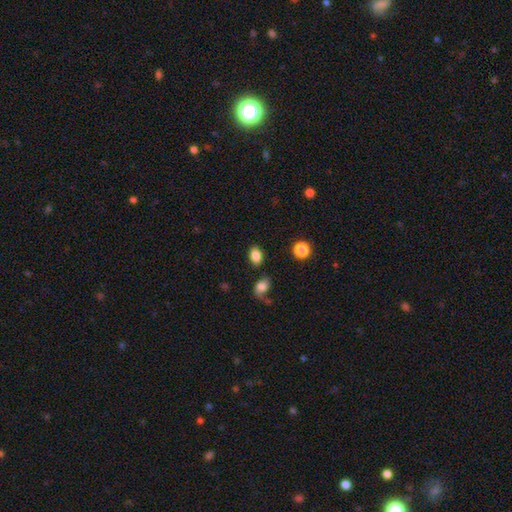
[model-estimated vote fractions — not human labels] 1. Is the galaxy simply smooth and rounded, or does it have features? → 85% smooth, 9% star or artifact, 5% featured or disk.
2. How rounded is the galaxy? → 79% in between, 20% round, 1% cigar-shaped.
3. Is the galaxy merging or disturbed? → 81% none, 11% minor disturbance, 5% merger, 4% major disturbance.